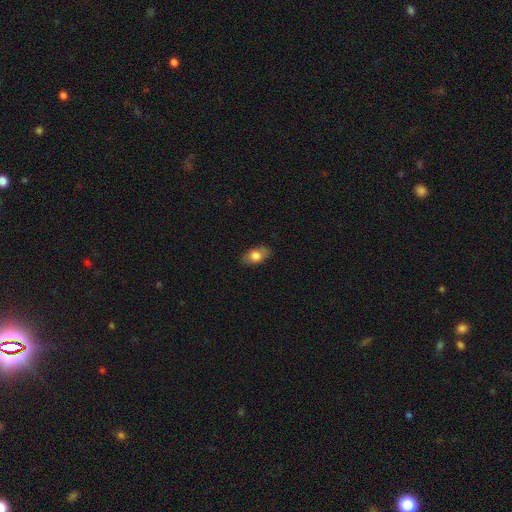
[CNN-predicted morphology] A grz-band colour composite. It shows a smooth galaxy with no disk features (76%) that is in between round and cigar-shaped (87%). Merging: none (82%).